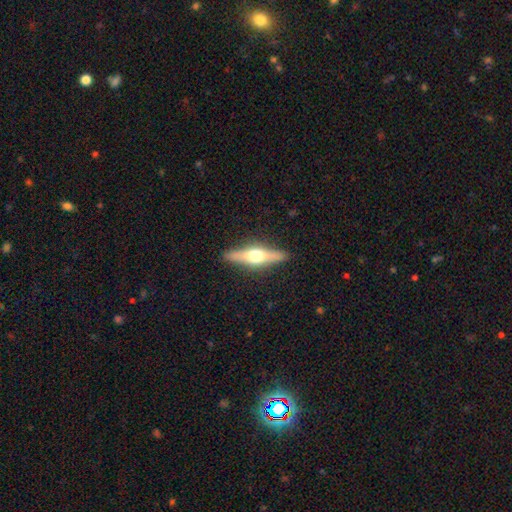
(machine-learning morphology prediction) A featured or disk galaxy (63%) viewed edge-on (95%) with a rounded central bulge (95%). Merging: none (89%).